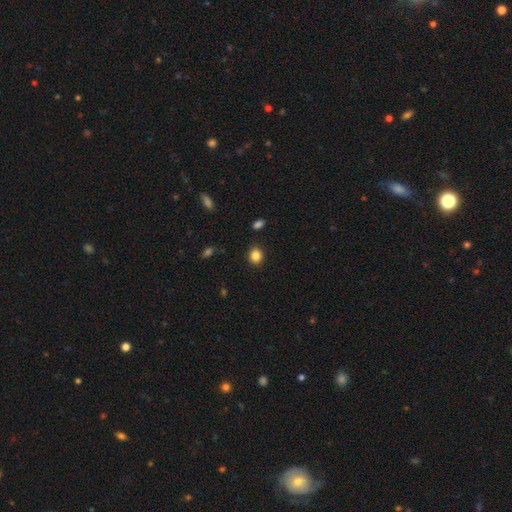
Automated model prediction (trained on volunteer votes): Morphology: type=smooth (86%); roundness=round (74%); merging=none (89%).